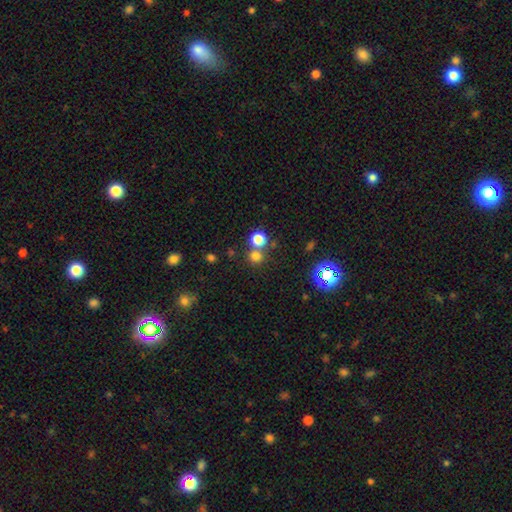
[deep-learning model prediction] A smooth galaxy with no disk features (72%) that is round (91%).

Vote fractions:
- Smooth or featured? smooth: 72% / star or artifact: 21% / featured or disk: 7%
- How rounded? round: 91% / in between: 8% / cigar-shaped: 1%
- Merging? none: 64% / merger: 27% / minor disturbance: 6% / major disturbance: 3%